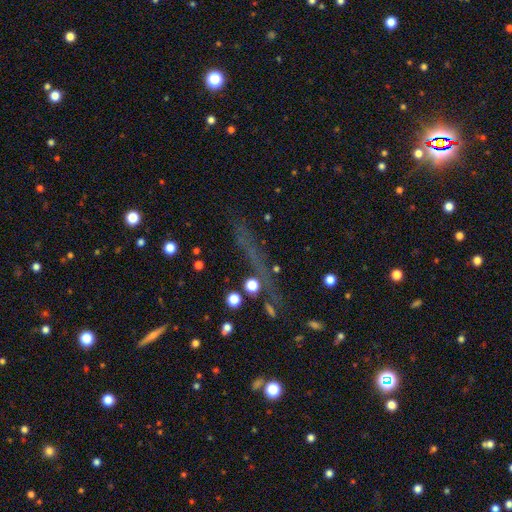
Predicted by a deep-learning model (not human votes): Smooth or featured? star or artifact (57%)